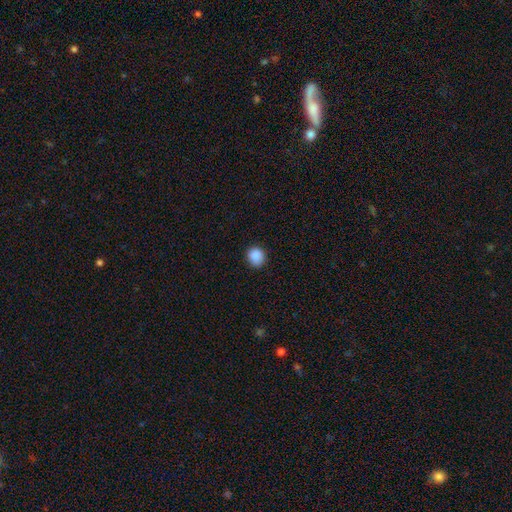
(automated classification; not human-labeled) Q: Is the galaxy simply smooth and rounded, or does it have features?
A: smooth — 88%.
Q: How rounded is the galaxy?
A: round — 82%.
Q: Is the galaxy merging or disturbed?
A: none — 84%.